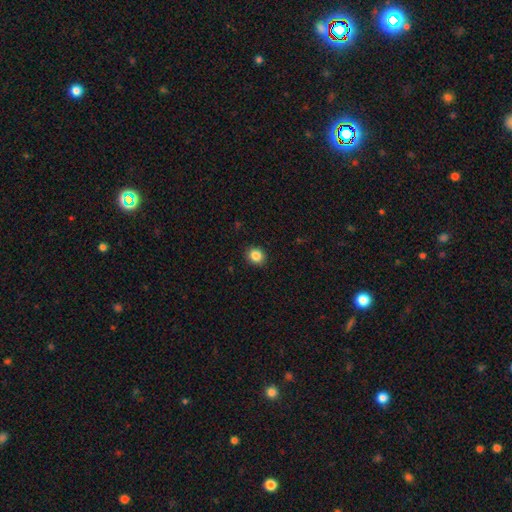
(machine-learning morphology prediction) type=smooth (86%); roundness=round (78%); merging=none (91%).